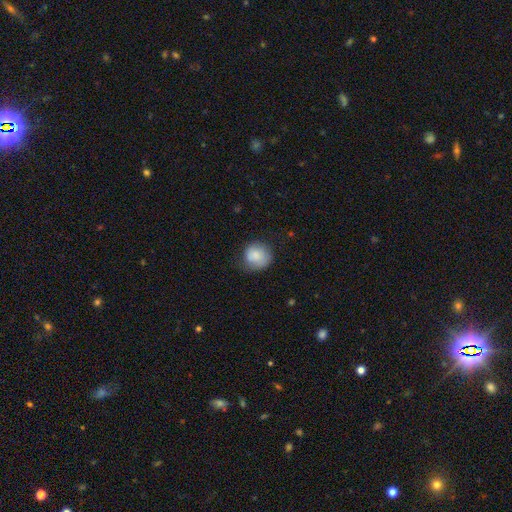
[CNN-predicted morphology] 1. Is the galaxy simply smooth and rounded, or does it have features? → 82% smooth, 10% featured or disk, 8% star or artifact.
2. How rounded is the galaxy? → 85% round, 14% in between, 1% cigar-shaped.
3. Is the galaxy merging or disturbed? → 61% none, 28% minor disturbance, 8% major disturbance, 2% merger.